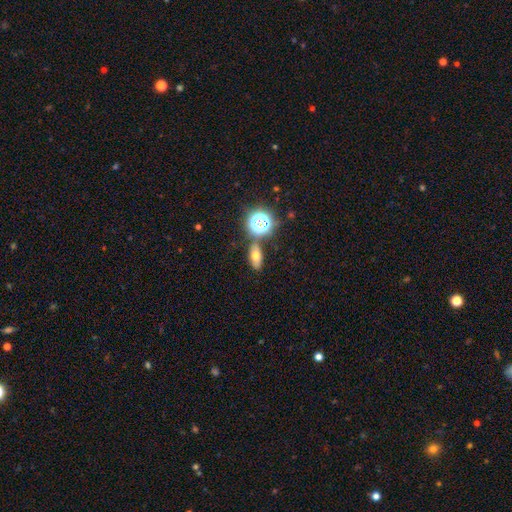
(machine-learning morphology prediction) Q: Smooth or featured?
A: smooth (60%); runner-up: star or artifact (23%)
Q: How rounded?
A: in between (72%); runner-up: round (17%)
Q: Merging?
A: none (78%); runner-up: minor disturbance (10%)